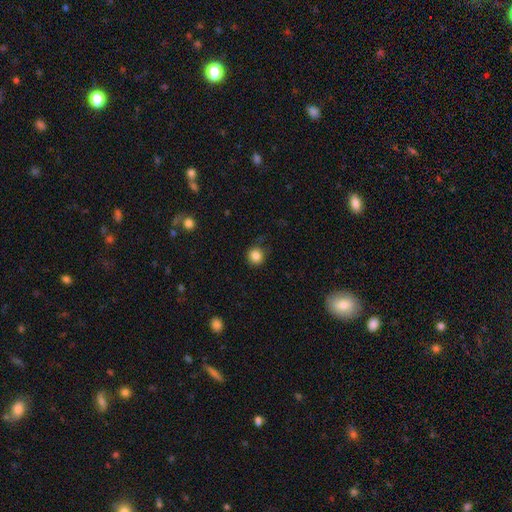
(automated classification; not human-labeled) Smooth or featured? Predicted: smooth (p=0.85). How rounded? Predicted: round (p=0.91). Merging? Predicted: none (p=0.84).